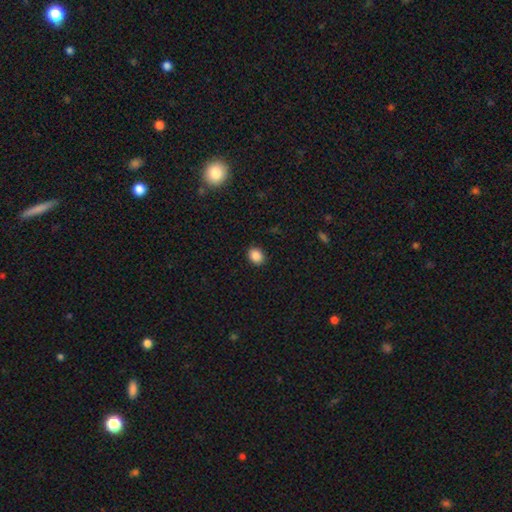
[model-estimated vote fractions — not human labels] Smooth or featured? smooth (88%)
How rounded? in between (52%)
Merging? none (90%)